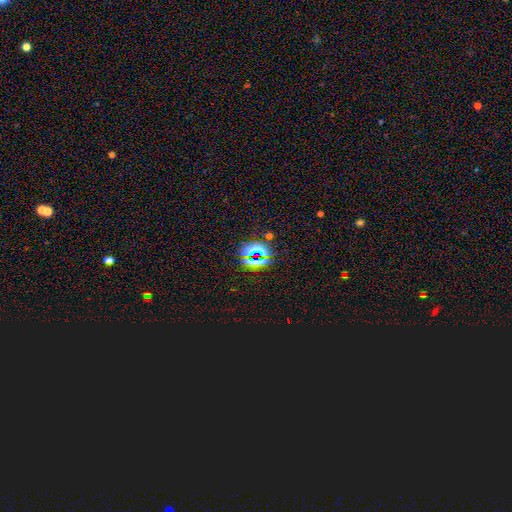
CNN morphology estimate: Overall: star or artifact (57%; smooth 32%).